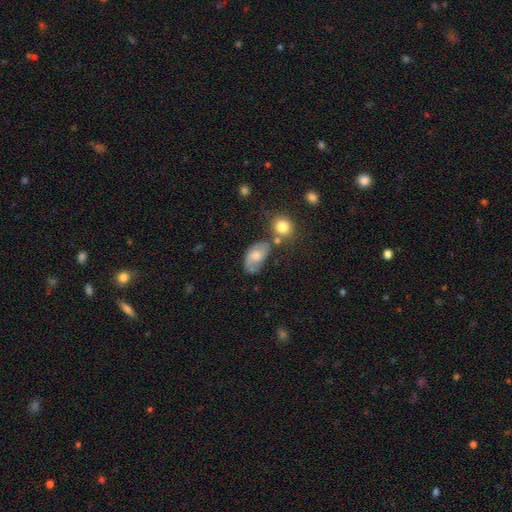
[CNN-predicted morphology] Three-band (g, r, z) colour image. It shows a smooth galaxy with no disk features (50%). Merging: none (45%).